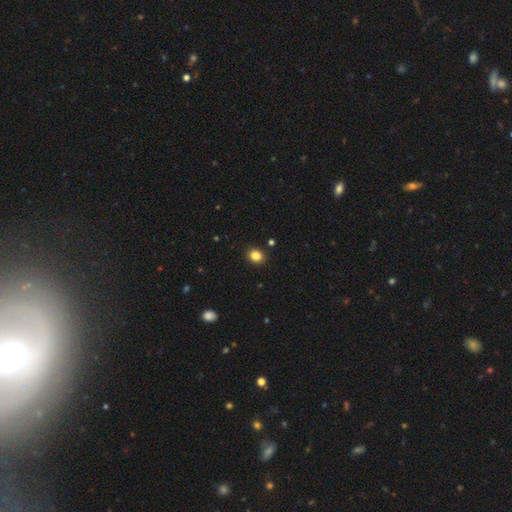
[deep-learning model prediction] Smooth or featured? smooth (85%)
How rounded? round (59%)
Merging? none (90%)